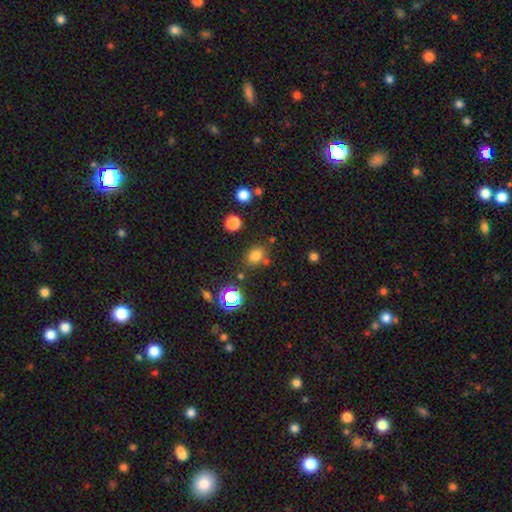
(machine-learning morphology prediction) type=smooth (75%); roundness=round (50%); merging=none (74%).